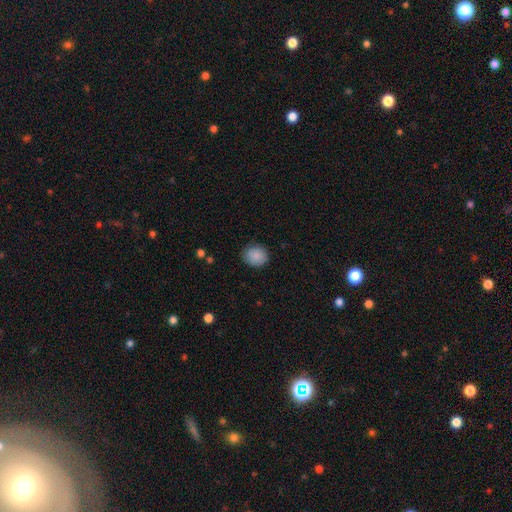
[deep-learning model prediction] smooth 88%, star or artifact 8%, featured or disk 4%. Down the decision tree: how rounded — round (73%); merging — none (84%).